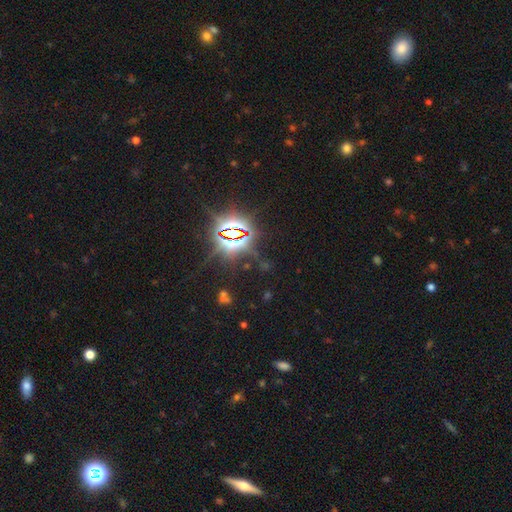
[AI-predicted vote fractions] Overall: star or artifact (82%).